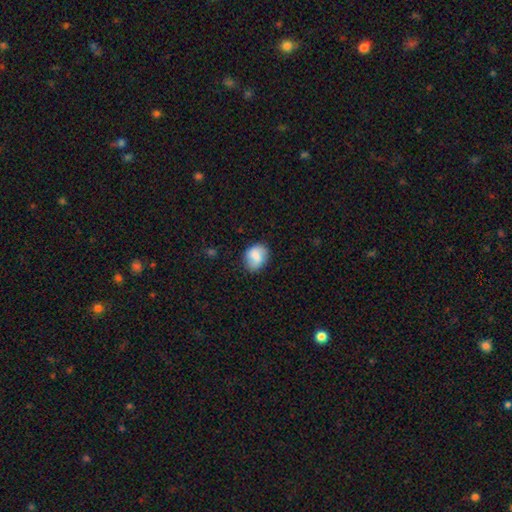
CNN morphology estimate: A smooth galaxy with no disk features (80%) that is in between round and cigar-shaped (51%).

Vote fractions:
- Smooth or featured? smooth: 80% / featured or disk: 12% / star or artifact: 7%
- How rounded? in between: 51% / round: 48% / cigar-shaped: 1%
- Merging? none: 76% / minor disturbance: 18% / major disturbance: 4% / merger: 2%